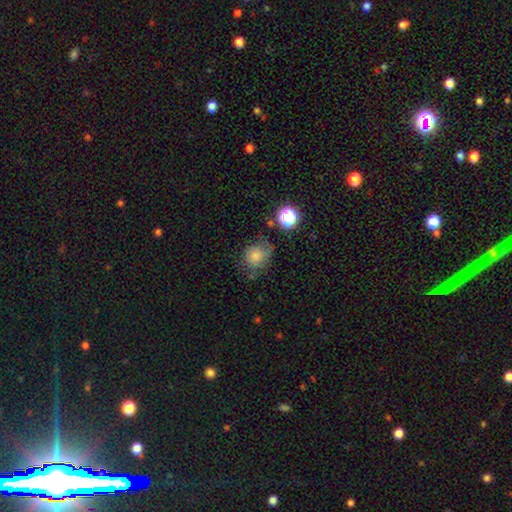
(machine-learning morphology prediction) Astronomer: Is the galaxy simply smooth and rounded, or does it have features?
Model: smooth — 67%.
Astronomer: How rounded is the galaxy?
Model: round — 71%.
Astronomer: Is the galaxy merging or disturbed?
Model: none — 55%.